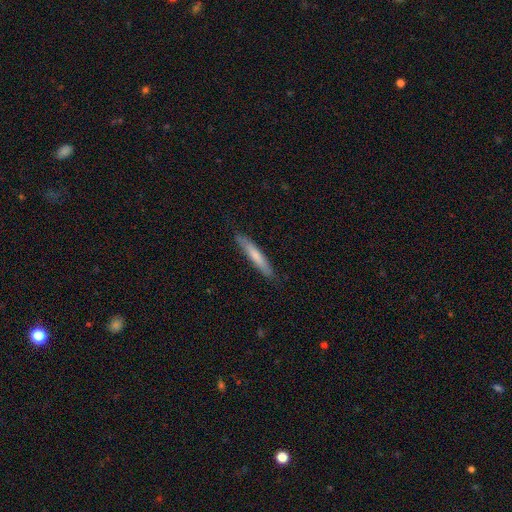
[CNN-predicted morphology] A smooth galaxy with no disk features (68%) that is cigar-shaped (93%).

Vote fractions:
- Smooth or featured? smooth: 68% / featured or disk: 26% / star or artifact: 5%
- How rounded? cigar-shaped: 93% / in between: 6% / round: 1%
- Merging? none: 86% / minor disturbance: 11% / major disturbance: 2% / merger: 1%